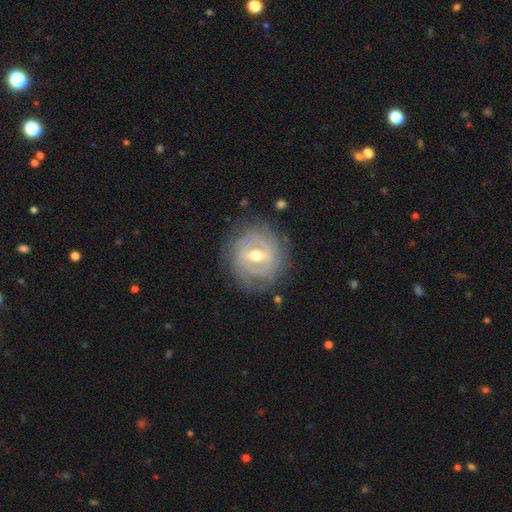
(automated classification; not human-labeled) Smooth or featured? Predicted: featured or disk (p=0.83). Edge-on disk? Predicted: no (p=0.93). Bar? Predicted: strong (p=0.52). Spiral arms? Predicted: yes (p=0.71). Spiral winding? Predicted: tight (p=0.71). Spiral arm count? Predicted: can't tell (p=0.45). Bulge size? Predicted: moderate (p=0.74). Merging? Predicted: none (p=0.80).